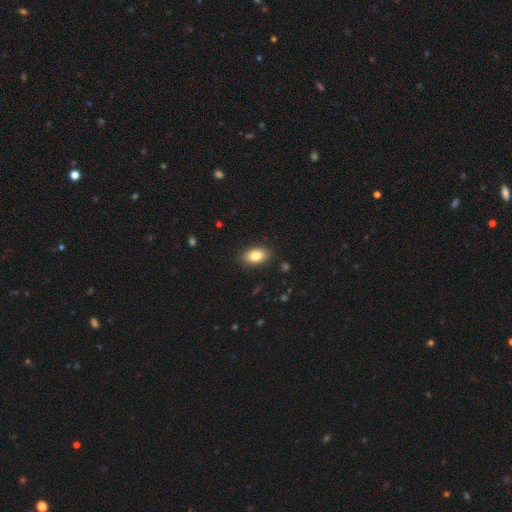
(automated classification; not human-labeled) The model was most divided on "smooth or featured": smooth: 83%, featured or disk: 9%, star or artifact: 8%. More confident: how rounded — in between (89%); merging — none (88%).